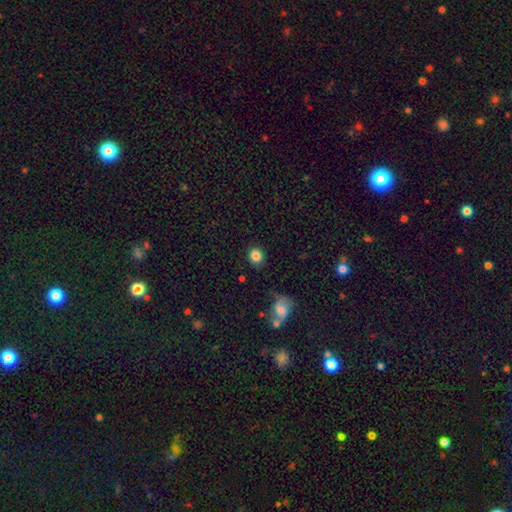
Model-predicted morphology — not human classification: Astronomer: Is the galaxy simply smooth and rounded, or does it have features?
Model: smooth — 84%.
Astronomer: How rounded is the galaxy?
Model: round — 83%.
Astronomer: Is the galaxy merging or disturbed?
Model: none — 87%.